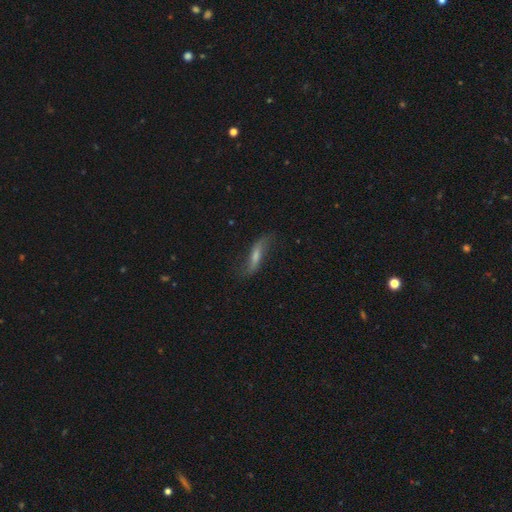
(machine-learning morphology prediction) A featured or disk galaxy (63%).

Vote fractions:
- Smooth or featured? featured or disk: 63% / smooth: 27% / star or artifact: 9%
- Edge-on disk? no: 70% / yes: 30%
- Merging? none: 71% / minor disturbance: 19% / major disturbance: 8% / merger: 2%